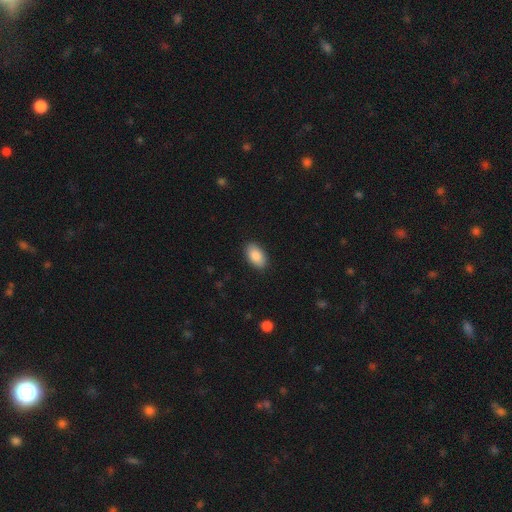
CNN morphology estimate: Smooth or featured? Predicted: smooth (p=0.88). How rounded? Predicted: in between (p=0.94). Merging? Predicted: none (p=0.89).